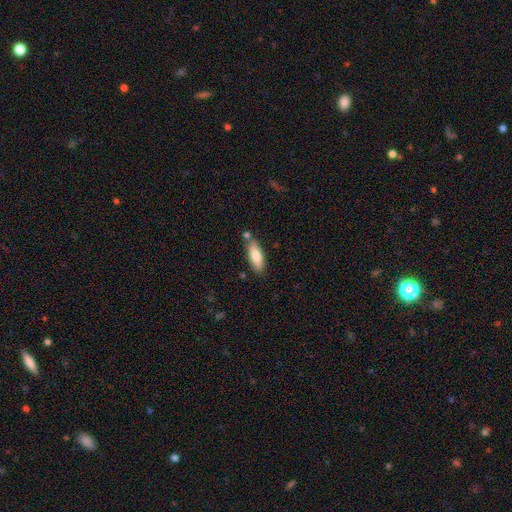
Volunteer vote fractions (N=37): smooth 81%, featured or disk 16%, star or artifact 3%. Down the decision tree: how rounded — in between (60%); merging — none (53%).